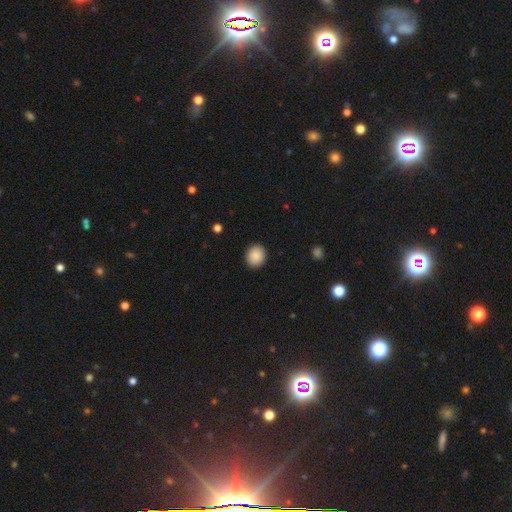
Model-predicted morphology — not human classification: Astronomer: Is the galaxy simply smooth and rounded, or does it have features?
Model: smooth — 89%.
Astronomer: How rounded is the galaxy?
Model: round — 77%.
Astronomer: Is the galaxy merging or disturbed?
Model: none — 91%.